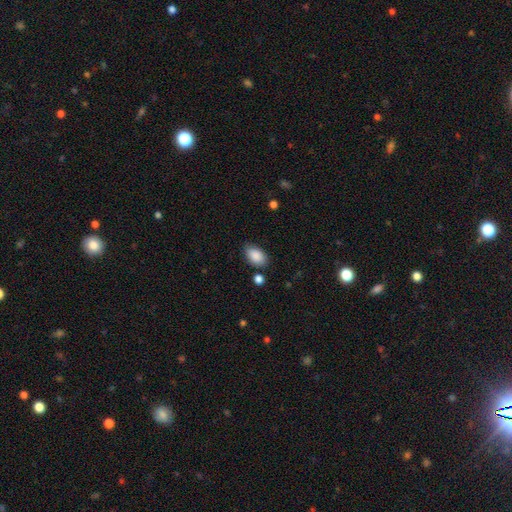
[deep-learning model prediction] Smooth or featured: smooth — 89% (star or artifact — 7%)
How rounded: in between — 91% (round — 8%)
Merging: none — 78% (minor disturbance — 15%)